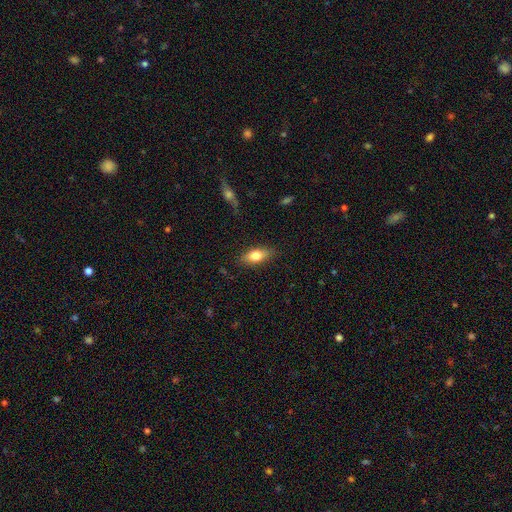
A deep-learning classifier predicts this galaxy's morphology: smooth_or_featured: smooth (p=0.74) [alt: featured or disk p=0.19]
how_rounded: in between (p=0.79) [alt: cigar-shaped p=0.16]
merging: none (p=0.83) [alt: minor disturbance p=0.13]